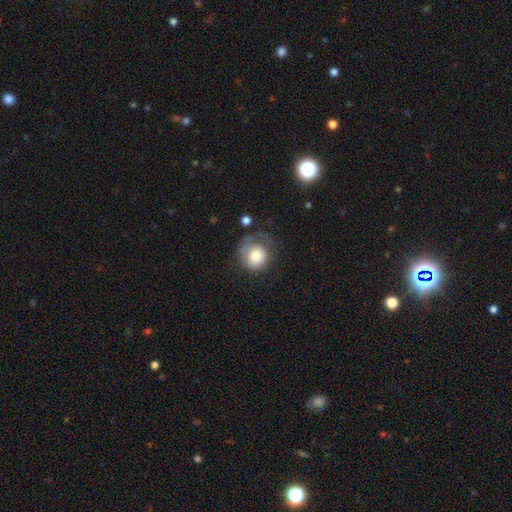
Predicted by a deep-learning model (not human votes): smooth_or_featured: smooth (p=0.75) [alt: featured or disk p=0.17]
how_rounded: round (p=0.83) [alt: in between p=0.16]
merging: none (p=0.38) [alt: major disturbance p=0.30]